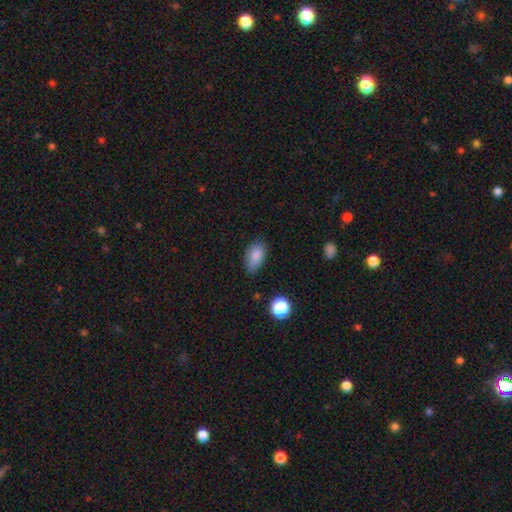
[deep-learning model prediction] Smooth or featured?
  - smooth: 84% *
  - star or artifact: 9%
  - featured or disk: 6%
How rounded?
  - in between: 89% *
  - round: 9%
  - cigar-shaped: 3%
Merging?
  - none: 66% *
  - minor disturbance: 27%
  - major disturbance: 5%
  - merger: 2%